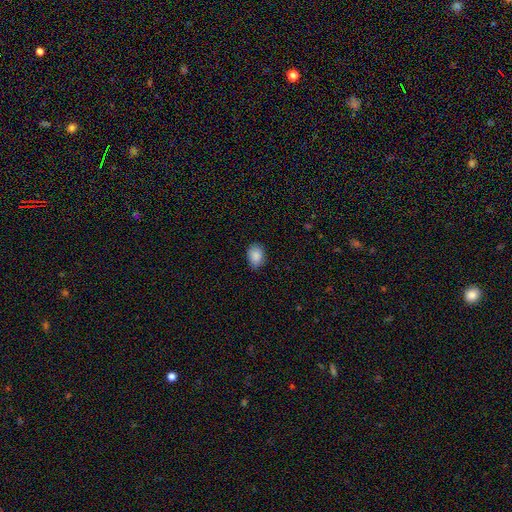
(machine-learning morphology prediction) smooth-or-featured: smooth: 88% | star or artifact: 8% | featured or disk: 4%
  how-rounded: in between: 66% | round: 33% | cigar-shaped: 1%
  merging: none: 79% | minor disturbance: 17% | major disturbance: 3% | merger: 1%